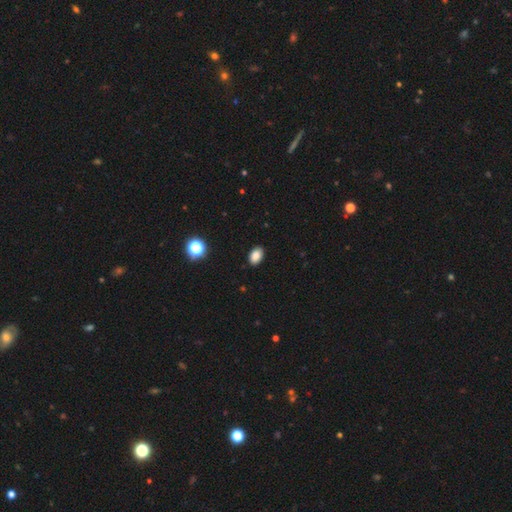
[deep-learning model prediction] smooth_or_featured: smooth (p=0.86) [alt: star or artifact p=0.10]
how_rounded: in between (p=0.86) [alt: round p=0.13]
merging: none (p=0.90) [alt: minor disturbance p=0.08]